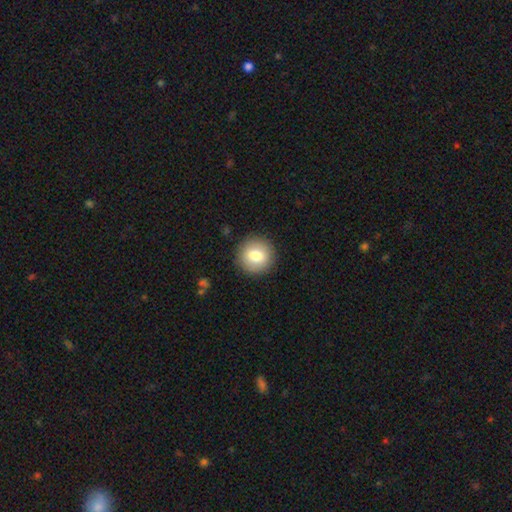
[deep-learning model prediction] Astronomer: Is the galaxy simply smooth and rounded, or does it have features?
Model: smooth — 79%.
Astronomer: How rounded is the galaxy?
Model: round — 93%.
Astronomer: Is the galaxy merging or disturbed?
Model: none — 91%.